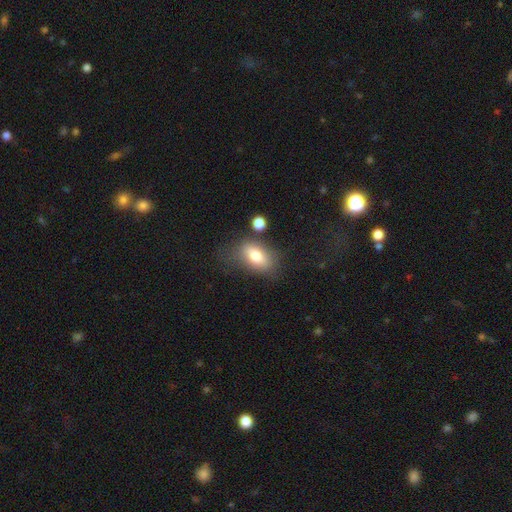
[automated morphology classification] The model was most divided on "merging": none: 62%, minor disturbance: 21%, major disturbance: 10%, merger: 7%. More confident: how rounded — in between (86%); smooth or featured — smooth (75%).